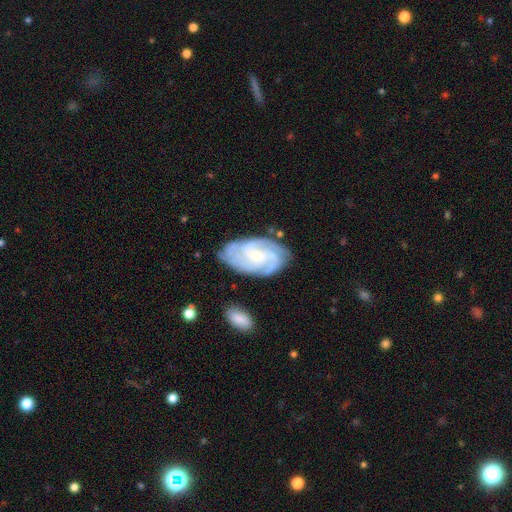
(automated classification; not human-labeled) Q: Smooth or featured?
A: featured or disk (85%); runner-up: smooth (10%)
Q: Edge-on disk?
A: no (96%); runner-up: yes (4%)
Q: Bar?
A: no (59%); runner-up: weak (34%)
Q: Spiral arms?
A: yes (97%); runner-up: no (3%)
Q: Spiral winding?
A: tight (62%); runner-up: medium (32%)
Q: Spiral arm count?
A: 3 (29%); runner-up: 4 (25%)
Q: Bulge size?
A: small (69%); runner-up: moderate (26%)
Q: Merging?
A: none (75%); runner-up: minor disturbance (18%)